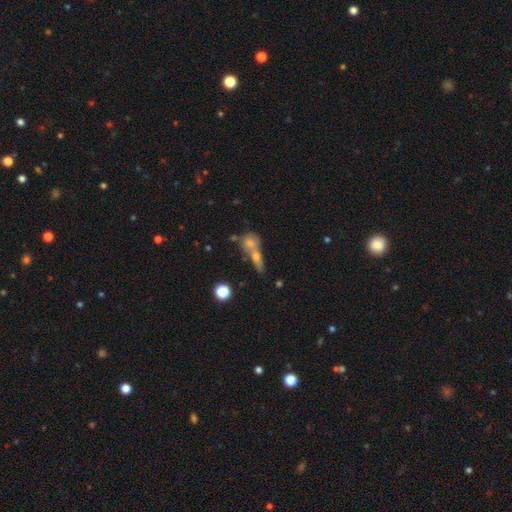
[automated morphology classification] Q: Smooth or featured?
A: smooth (53%); runner-up: featured or disk (30%)
Q: How rounded?
A: round (40%); runner-up: in between (36%)
Q: Merging?
A: merger (51%); runner-up: none (34%)